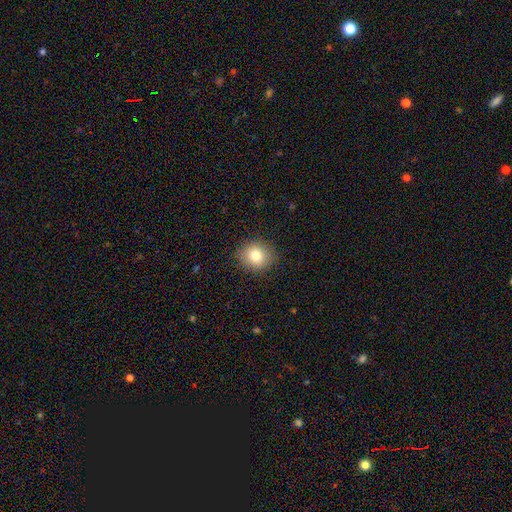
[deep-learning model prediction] Smooth or featured: smooth — 80% (star or artifact — 11%)
How rounded: round — 75% (in between — 24%)
Merging: none — 88% (minor disturbance — 9%)